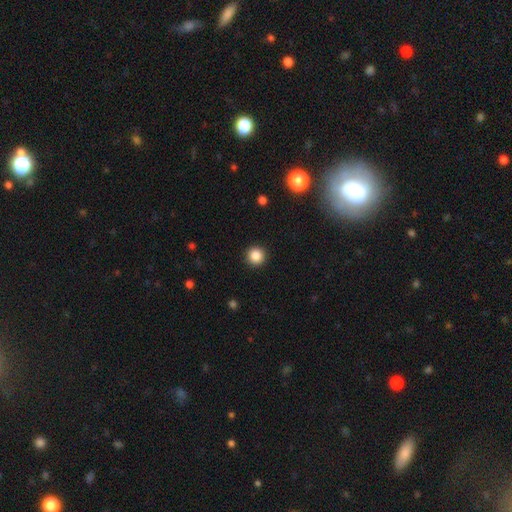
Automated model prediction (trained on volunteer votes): The model was most divided on "smooth or featured": smooth: 86%, star or artifact: 11%, featured or disk: 4%. More confident: how rounded — round (96%); merging — none (93%).